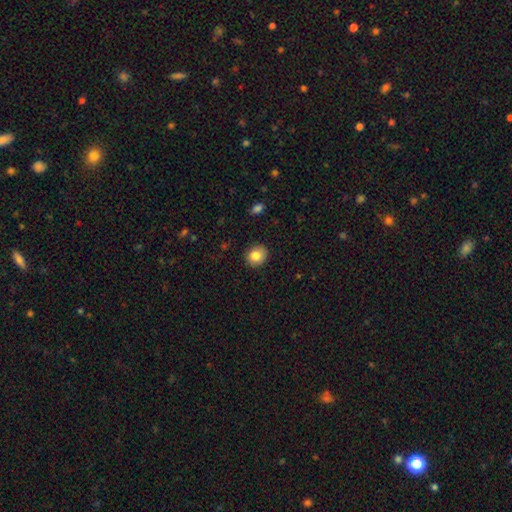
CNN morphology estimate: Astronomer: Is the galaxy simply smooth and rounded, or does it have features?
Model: smooth — 83%.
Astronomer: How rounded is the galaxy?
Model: round — 75%.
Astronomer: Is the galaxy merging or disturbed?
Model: none — 89%.